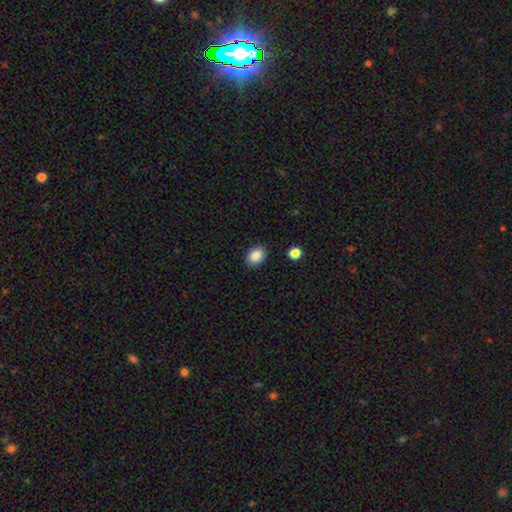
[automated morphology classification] smooth 88%, star or artifact 8%, featured or disk 4%. Down the decision tree: how rounded — in between (65%); merging — none (87%).